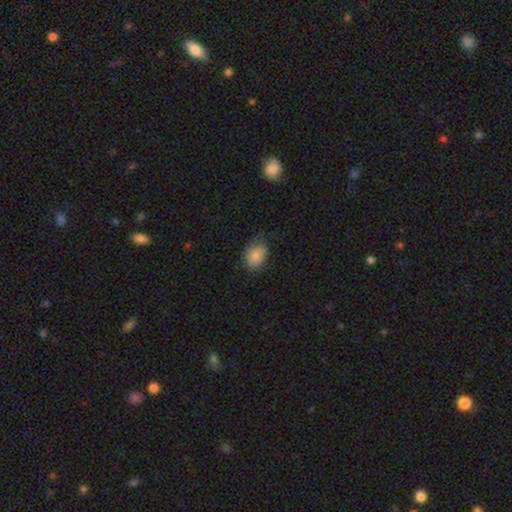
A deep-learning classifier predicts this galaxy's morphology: smooth-or-featured: smooth: 81% | featured or disk: 11% | star or artifact: 8%
  how-rounded: in between: 64% | round: 35% | cigar-shaped: 1%
  merging: none: 57% | minor disturbance: 30% | major disturbance: 12% | merger: 1%